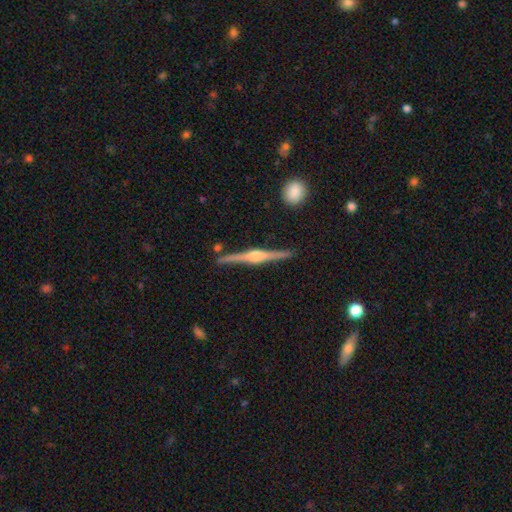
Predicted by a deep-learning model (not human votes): smooth_or_featured: featured or disk (p=0.86) [alt: smooth p=0.09]
disk_edge_on: yes (p=0.99) [alt: no p=0.01]
edge_on_bulge: rounded (p=0.88) [alt: boxy p=0.09]
merging: none (p=0.90) [alt: minor disturbance p=0.07]